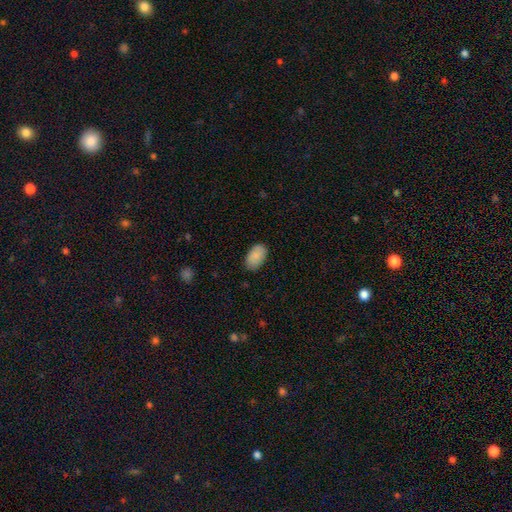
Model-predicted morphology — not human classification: Smooth or featured: smooth — 89% (star or artifact — 6%)
How rounded: in between — 93% (round — 5%)
Merging: none — 85% (minor disturbance — 12%)